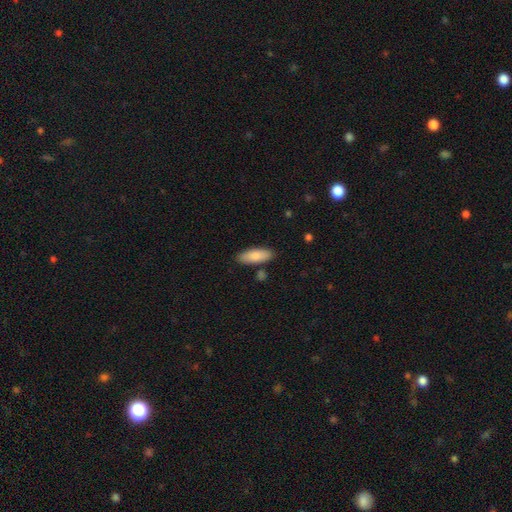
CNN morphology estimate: Smooth or featured?
  - smooth: 85% *
  - featured or disk: 10%
  - star or artifact: 5%
How rounded?
  - in between: 69% *
  - cigar-shaped: 29%
  - round: 2%
Merging?
  - none: 85% *
  - minor disturbance: 10%
  - merger: 4%
  - major disturbance: 2%